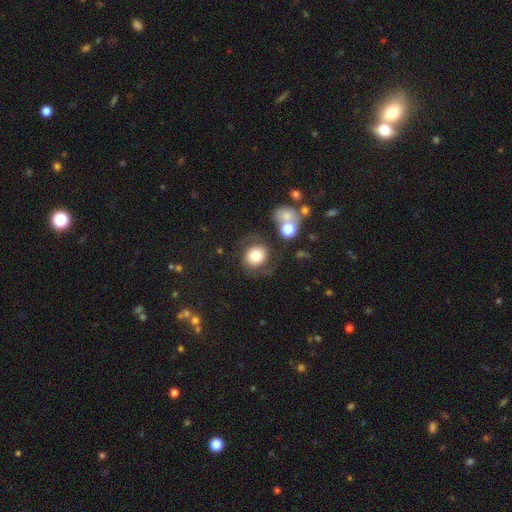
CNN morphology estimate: Q: Smooth or featured?
A: smooth (62%); runner-up: featured or disk (28%)
Q: How rounded?
A: round (74%); runner-up: in between (26%)
Q: Merging?
A: none (66%); runner-up: minor disturbance (16%)